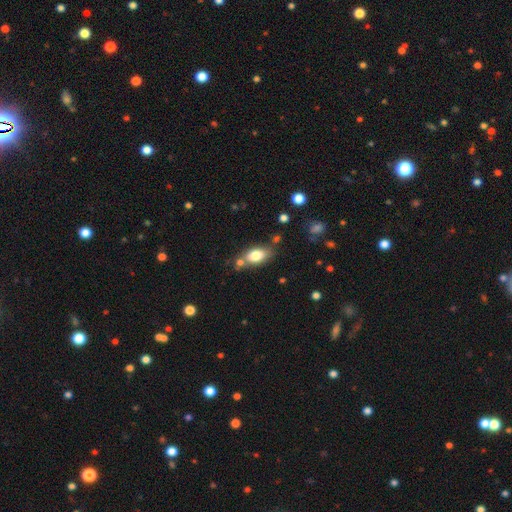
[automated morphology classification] The model was most divided on "merging": none: 65%, minor disturbance: 17%, merger: 13%, major disturbance: 5%. More confident: how rounded — in between (85%); smooth or featured — smooth (78%).